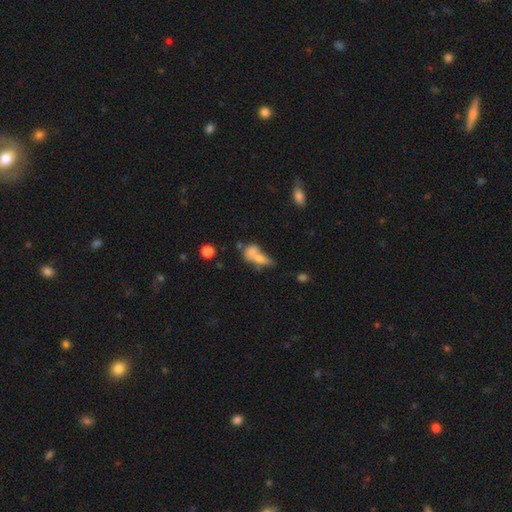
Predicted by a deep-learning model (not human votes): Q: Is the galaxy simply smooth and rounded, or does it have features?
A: smooth — 65%.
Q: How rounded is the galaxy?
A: in between — 68%.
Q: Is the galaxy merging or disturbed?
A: merger — 53%.